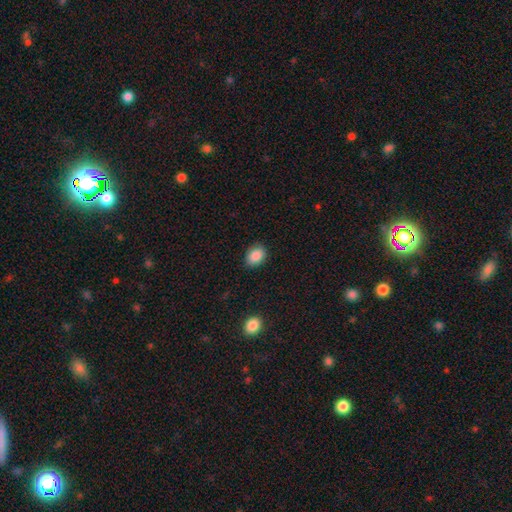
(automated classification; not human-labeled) This appears to be a smooth galaxy with no disk features (88%) that is in between round and cigar-shaped (73%). Merging: none (86%).